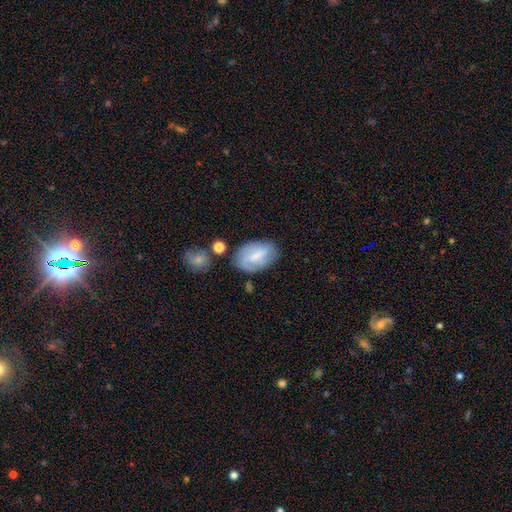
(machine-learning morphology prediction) Smooth or featured? smooth (58%)
How rounded? in between (89%)
Merging? none (68%)